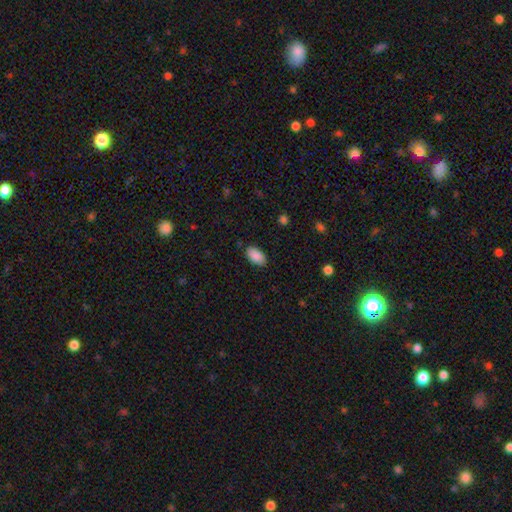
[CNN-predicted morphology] This is clearly a smooth galaxy (90%). How rounded: clearly in between (95%). Merging: clearly none (87%).